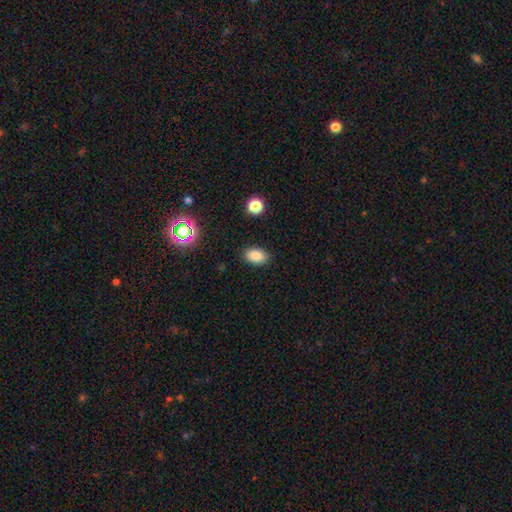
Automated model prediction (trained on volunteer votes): A smooth galaxy with no disk features (85%) that is in between round and cigar-shaped (88%).

Vote fractions:
- Smooth or featured? smooth: 85% / star or artifact: 10% / featured or disk: 4%
- How rounded? in between: 88% / round: 11% / cigar-shaped: 1%
- Merging? none: 87% / minor disturbance: 9% / major disturbance: 3% / merger: 1%